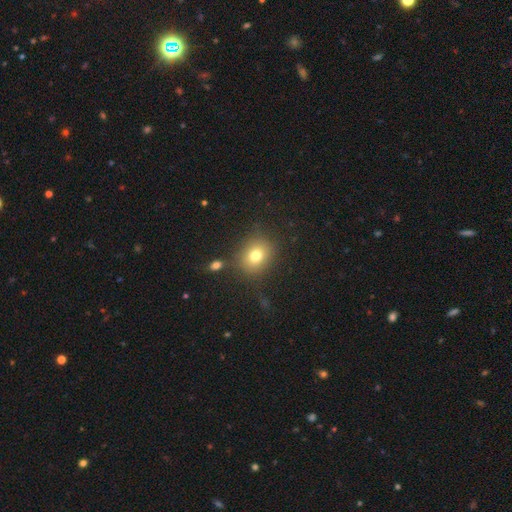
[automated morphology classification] This is likely a smooth galaxy (76%). How rounded: likely round (63%). Merging: clearly none (80%).